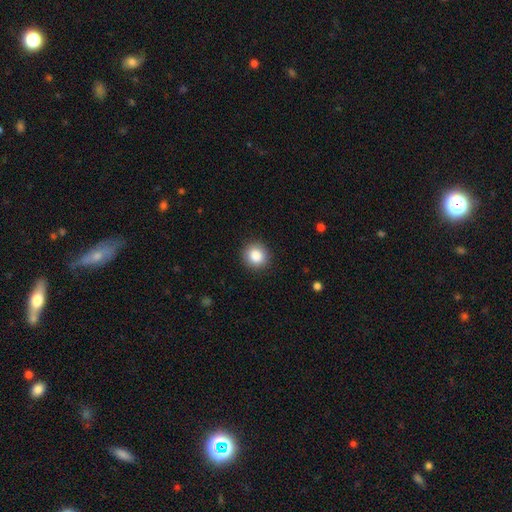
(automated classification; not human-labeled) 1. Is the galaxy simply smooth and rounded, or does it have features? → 86% smooth, 9% star or artifact, 5% featured or disk.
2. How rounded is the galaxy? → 90% round, 9% in between, 1% cigar-shaped.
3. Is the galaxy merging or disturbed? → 91% none, 6% minor disturbance, 2% major disturbance, 1% merger.